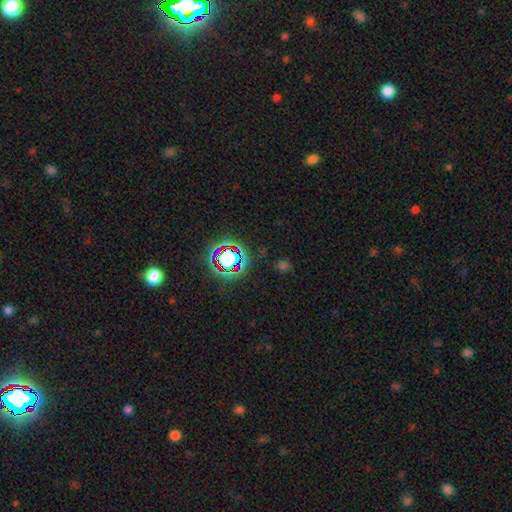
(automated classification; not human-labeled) Overall: star or artifact (76%).